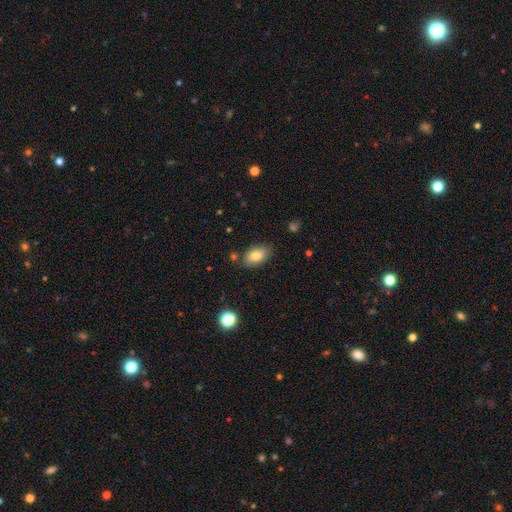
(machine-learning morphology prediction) Q: Smooth or featured?
A: smooth (82%); runner-up: featured or disk (9%)
Q: How rounded?
A: in between (91%); runner-up: round (7%)
Q: Merging?
A: none (80%); runner-up: minor disturbance (13%)